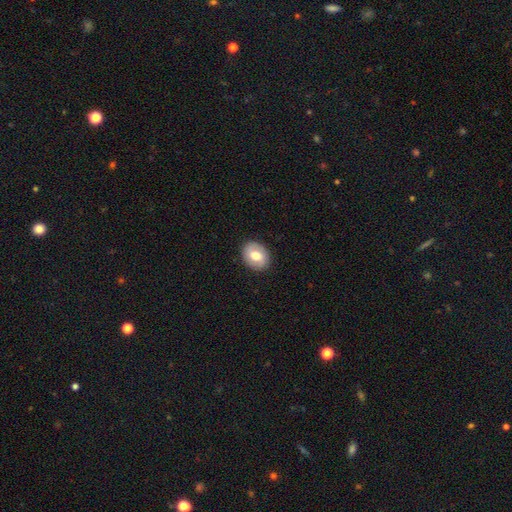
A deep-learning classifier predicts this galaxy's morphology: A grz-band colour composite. It shows a smooth galaxy with no disk features (66%) that is in between round and cigar-shaped (56%). Merging: none (88%).